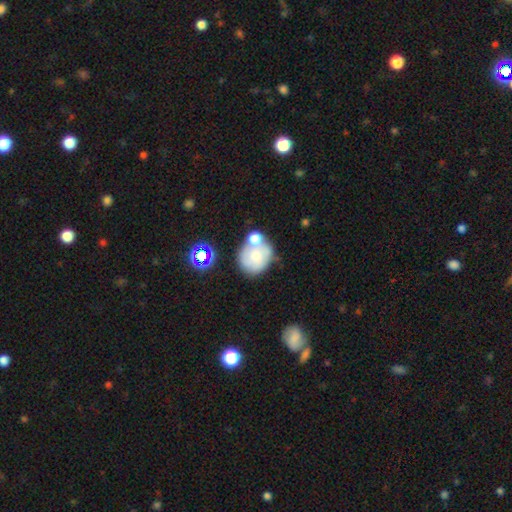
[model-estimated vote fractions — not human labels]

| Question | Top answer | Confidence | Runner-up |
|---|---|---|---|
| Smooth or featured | smooth | 59% | featured or disk (29%) |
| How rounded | round | 73% | in between (26%) |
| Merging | none | 42% | merger (33%) |